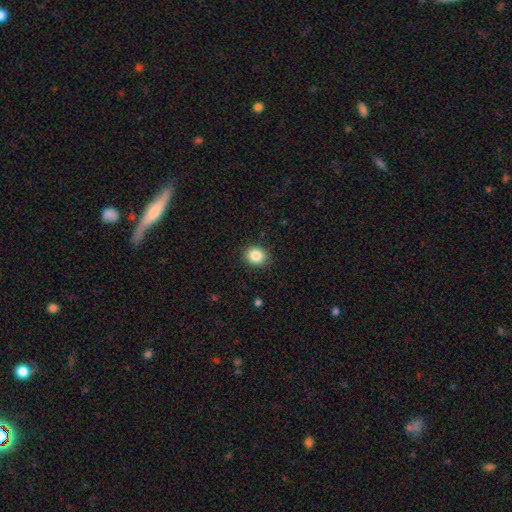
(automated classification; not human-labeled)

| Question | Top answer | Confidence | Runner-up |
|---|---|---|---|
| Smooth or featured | smooth | 86% | star or artifact (9%) |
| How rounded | round | 62% | in between (37%) |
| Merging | none | 89% | minor disturbance (8%) |